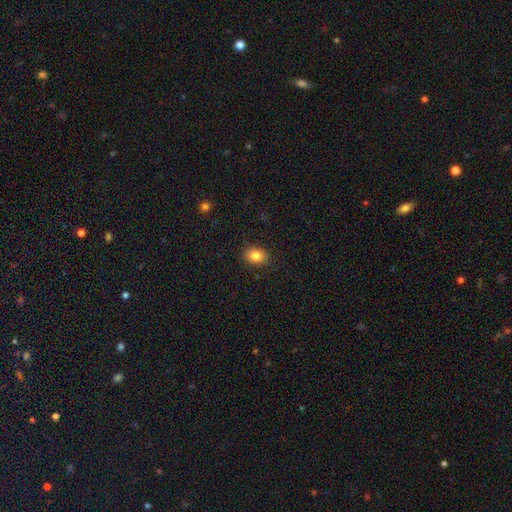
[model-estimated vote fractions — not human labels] Smooth or featured?
  - smooth: 84% *
  - star or artifact: 9%
  - featured or disk: 7%
How rounded?
  - in between: 65% *
  - round: 34%
  - cigar-shaped: 1%
Merging?
  - none: 88% *
  - minor disturbance: 9%
  - major disturbance: 2%
  - merger: 1%